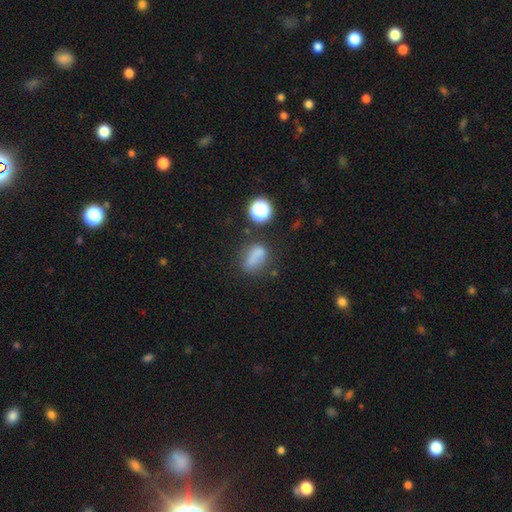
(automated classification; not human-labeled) This is likely a smooth galaxy (68%). How rounded: possibly in between (59%). Merging: possibly none (49%).